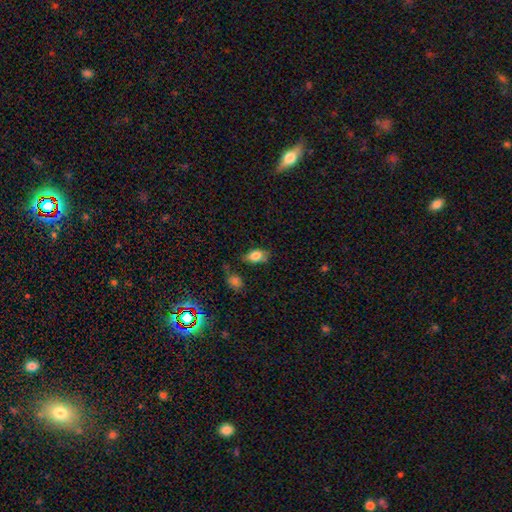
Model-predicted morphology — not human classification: smooth 81%, featured or disk 10%, star or artifact 9%. Down the decision tree: how rounded — in between (88%); merging — none (66%).